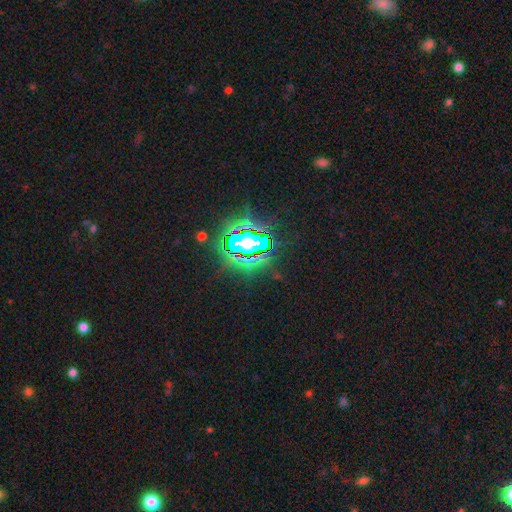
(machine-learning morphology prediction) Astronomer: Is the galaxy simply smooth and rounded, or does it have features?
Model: star or artifact — 84%.